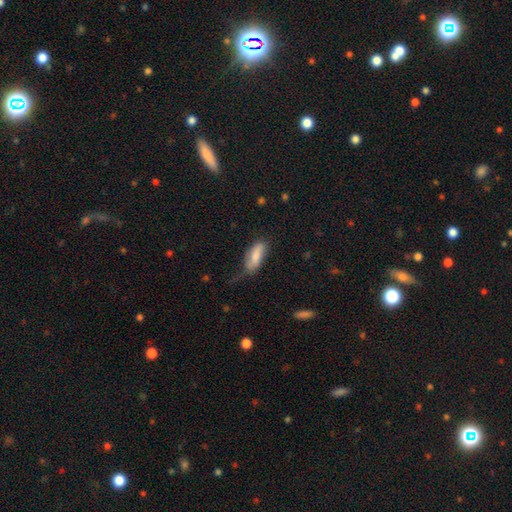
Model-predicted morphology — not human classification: This appears to be a smooth galaxy with no disk features (78%) that is in between round and cigar-shaped (76%). Merging: none (44%).